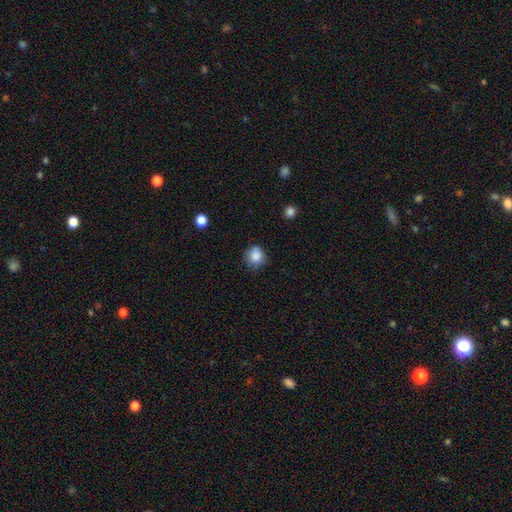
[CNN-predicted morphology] This is clearly a smooth galaxy (84%). How rounded: clearly round (84%). Merging: likely none (67%).